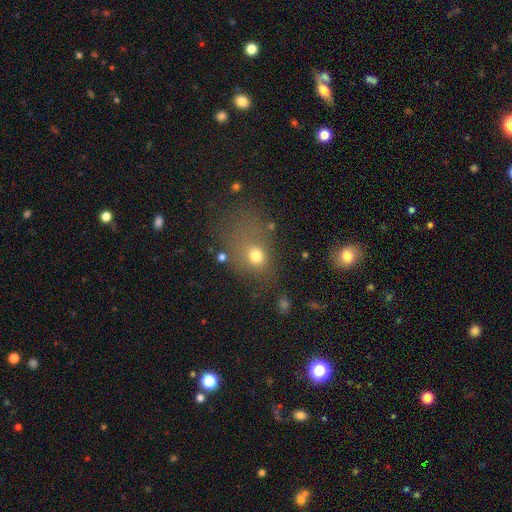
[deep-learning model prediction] Smooth or featured? smooth (69%)
How rounded? in between (61%)
Merging? none (52%)